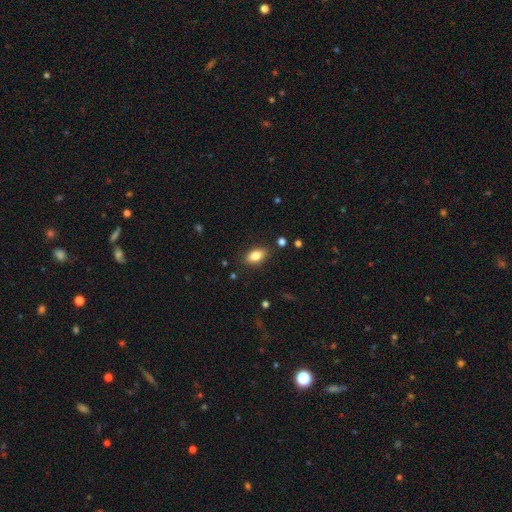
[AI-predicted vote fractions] smooth-or-featured: smooth: 83% | featured or disk: 9% | star or artifact: 8%
  how-rounded: in between: 89% | round: 6% | cigar-shaped: 5%
  merging: none: 85% | minor disturbance: 11% | major disturbance: 3% | merger: 2%